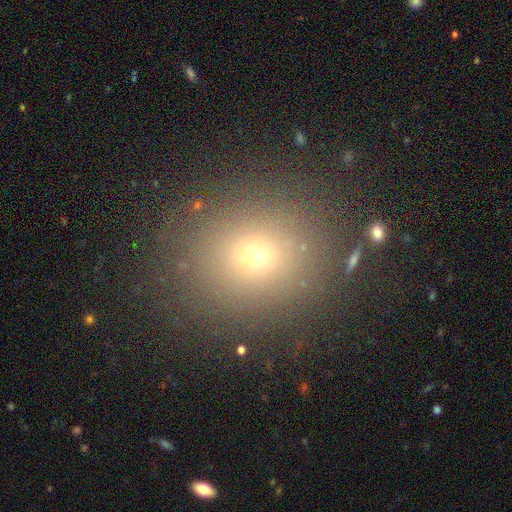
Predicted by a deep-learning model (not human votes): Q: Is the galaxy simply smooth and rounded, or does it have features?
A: smooth — 66%.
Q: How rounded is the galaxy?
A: round — 74%.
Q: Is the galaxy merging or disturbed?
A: none — 86%.